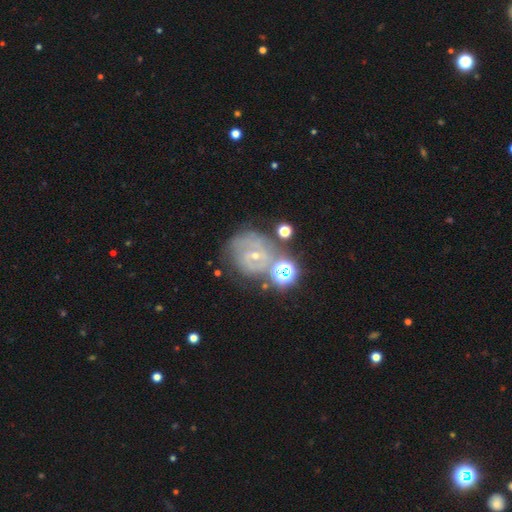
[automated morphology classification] Smooth or featured?
  - featured or disk: 69% *
  - star or artifact: 17%
  - smooth: 14%
Edge-on disk?
  - no: 97% *
  - yes: 3%
Bar?
  - no: 51% *
  - weak: 37%
  - strong: 12%
Spiral arms?
  - yes: 87% *
  - no: 13%
Spiral winding?
  - tight: 62% *
  - medium: 30%
  - loose: 8%
Spiral arm count?
  - can't tell: 37% *
  - 2: 32%
  - 3: 17%
  - 4: 5%
  - 1: 5%
  - more than 4: 4%
Bulge size?
  - small: 72% *
  - moderate: 23%
  - none: 2%
  - large: 1%
  - dominant: 1%
Merging?
  - none: 60% *
  - minor disturbance: 19%
  - merger: 11%
  - major disturbance: 10%